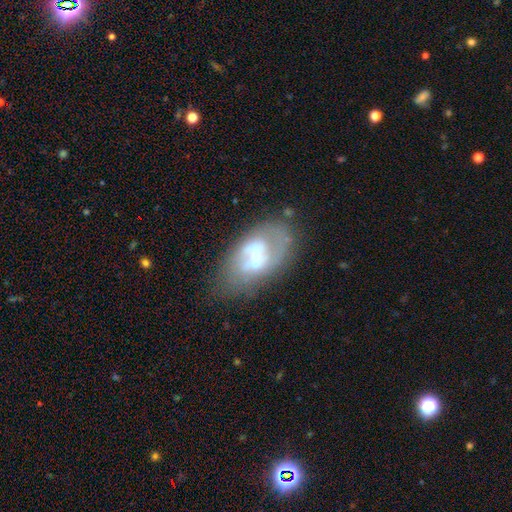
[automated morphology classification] The model was most divided on "bar": weak: 44%, no: 36%, strong: 20%. Remaining: edge-on disk — no (95%); smooth or featured — featured or disk (66%); spiral arms — yes (60%); merging — none (54%); bulge size — small (46%).